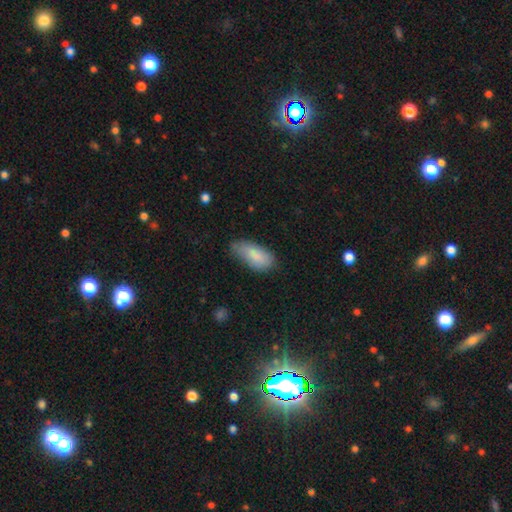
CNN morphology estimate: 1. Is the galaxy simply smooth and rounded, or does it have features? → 85% smooth, 9% featured or disk, 6% star or artifact.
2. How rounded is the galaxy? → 87% in between, 11% cigar-shaped, 2% round.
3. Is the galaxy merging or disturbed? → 55% none, 35% minor disturbance, 8% major disturbance, 2% merger.